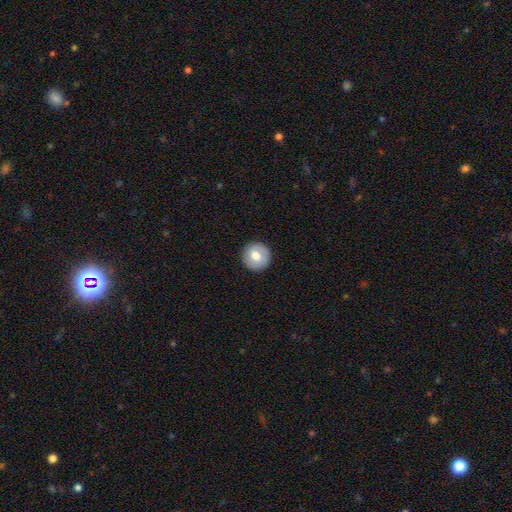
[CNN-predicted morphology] A smooth galaxy with no disk features (74%) that is round (95%). Merging: none (92%).